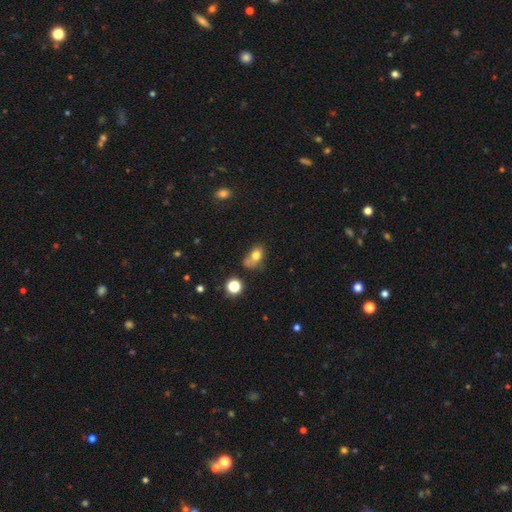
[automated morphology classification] smooth-or-featured: smooth: 75% | featured or disk: 13% | star or artifact: 12%
  how-rounded: in between: 71% | round: 27% | cigar-shaped: 2%
  merging: none: 40% | minor disturbance: 25% | merger: 23% | major disturbance: 12%